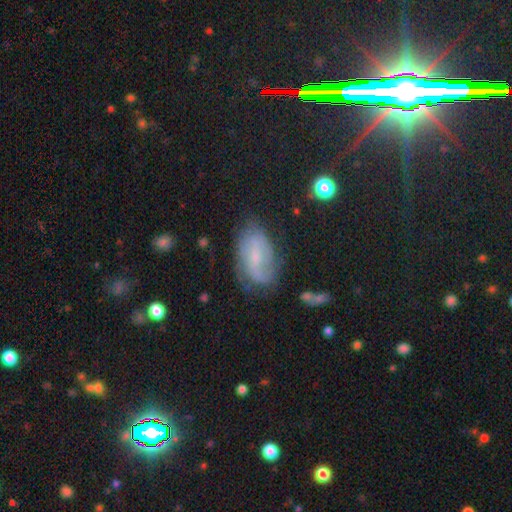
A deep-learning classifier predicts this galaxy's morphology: Smooth or featured? Predicted: featured or disk (p=0.57). Edge-on disk? Predicted: no (p=0.95). Bar? Predicted: weak (p=0.50). Spiral arms? Predicted: yes (p=0.84). Bulge size? Predicted: small (p=0.56). Merging? Predicted: none (p=0.61).